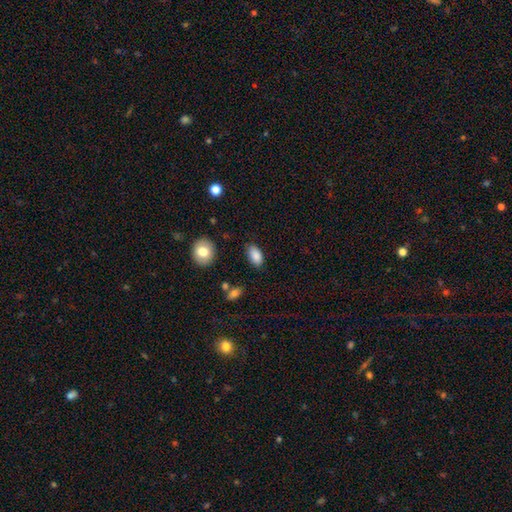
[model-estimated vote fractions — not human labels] smooth_or_featured: smooth (p=0.86) [alt: star or artifact p=0.08]
how_rounded: in between (p=0.93) [alt: round p=0.04]
merging: none (p=0.82) [alt: minor disturbance p=0.13]